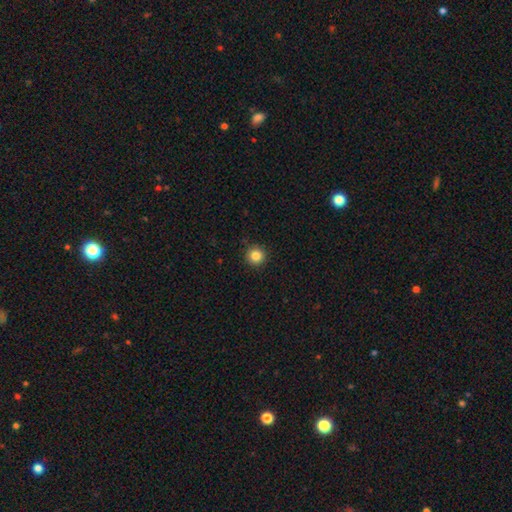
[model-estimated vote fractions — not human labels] Q: Smooth or featured?
A: smooth (84%); runner-up: star or artifact (11%)
Q: How rounded?
A: round (96%); runner-up: in between (3%)
Q: Merging?
A: none (93%); runner-up: minor disturbance (5%)